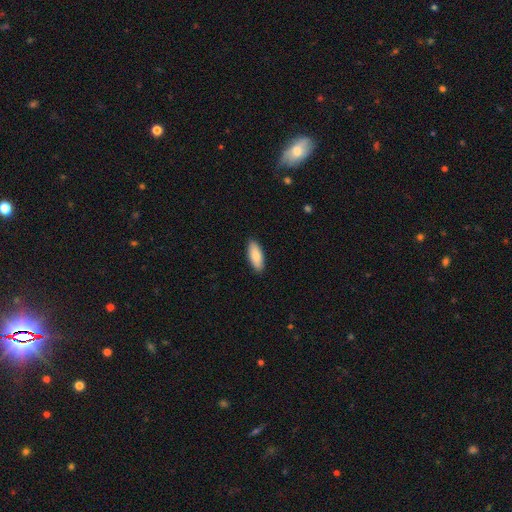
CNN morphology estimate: Smooth or featured?
  - smooth: 84% *
  - featured or disk: 10%
  - star or artifact: 6%
How rounded?
  - in between: 78% *
  - cigar-shaped: 20%
  - round: 2%
Merging?
  - none: 89% *
  - minor disturbance: 8%
  - major disturbance: 2%
  - merger: 1%